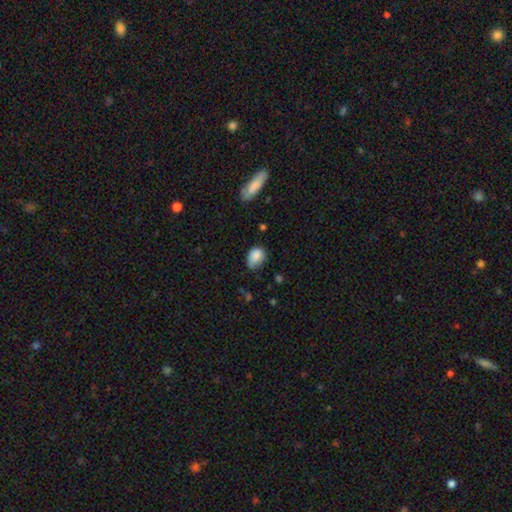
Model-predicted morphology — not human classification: A smooth galaxy with no disk features (84%) that is in between round and cigar-shaped (64%).

Vote fractions:
- Smooth or featured? smooth: 84% / star or artifact: 8% / featured or disk: 8%
- How rounded? in between: 64% / round: 35% / cigar-shaped: 1%
- Merging? none: 48% / minor disturbance: 39% / major disturbance: 11% / merger: 3%